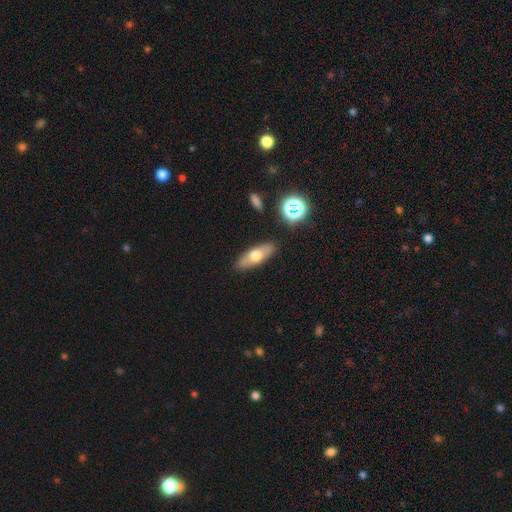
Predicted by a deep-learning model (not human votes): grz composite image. It shows a smooth galaxy with no disk features (57%) that is in between round and cigar-shaped (66%). Merging: none (86%).